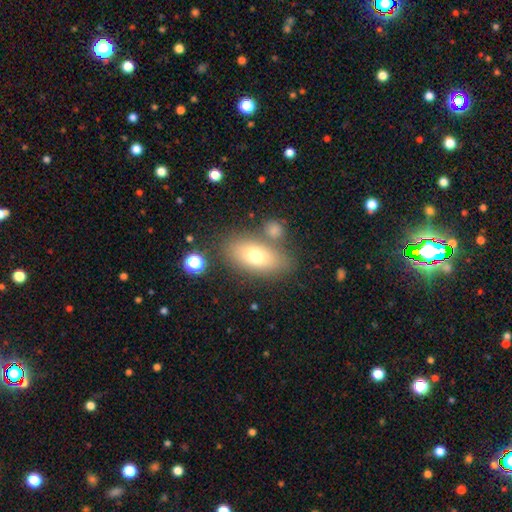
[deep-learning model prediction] Smooth or featured: smooth — 72% (featured or disk — 19%)
How rounded: in between — 86% (round — 10%)
Merging: none — 69% (merger — 14%)